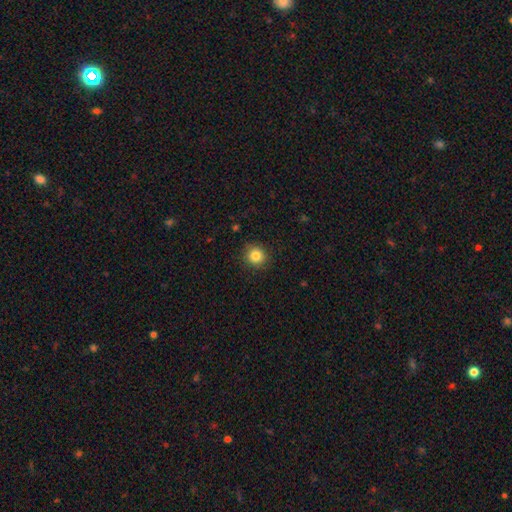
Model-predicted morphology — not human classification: smooth_or_featured: smooth (p=0.83) [alt: star or artifact p=0.11]
how_rounded: round (p=0.89) [alt: in between p=0.10]
merging: none (p=0.89) [alt: minor disturbance p=0.08]